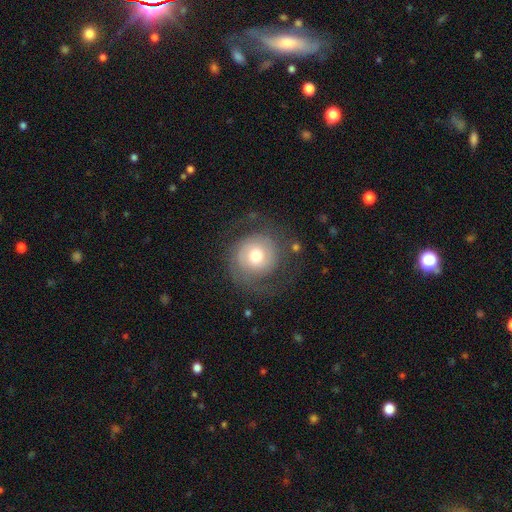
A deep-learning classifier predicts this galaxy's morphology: This appears to be a featured or disk galaxy (61%) with no bar (72%), spiral arms (84%) and a moderate central bulge (68%). Merging: none (68%).